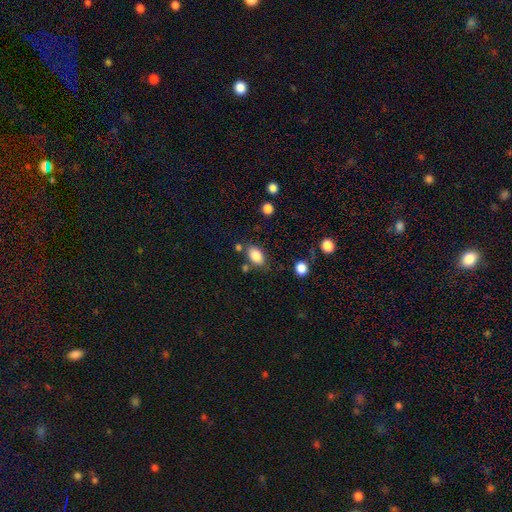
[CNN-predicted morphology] Smooth or featured? smooth (85%)
How rounded? in between (89%)
Merging? none (74%)